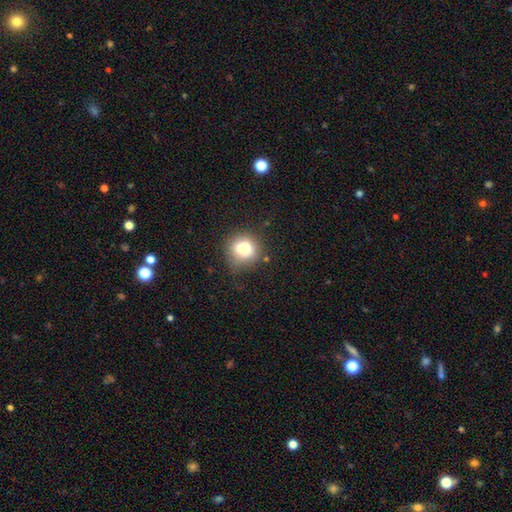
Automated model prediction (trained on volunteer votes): Q: Smooth or featured?
A: smooth (75%); runner-up: star or artifact (16%)
Q: How rounded?
A: round (85%); runner-up: in between (14%)
Q: Merging?
A: none (79%); runner-up: minor disturbance (15%)